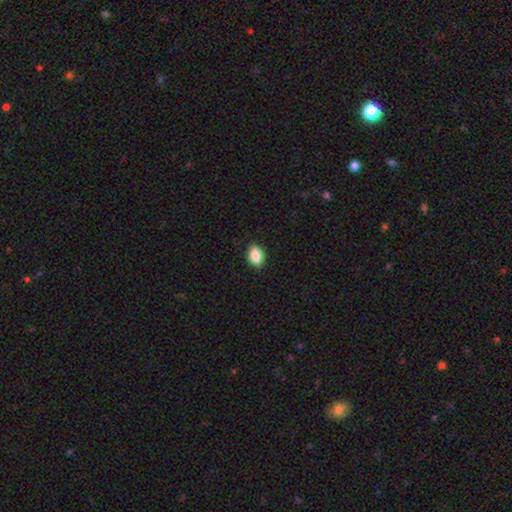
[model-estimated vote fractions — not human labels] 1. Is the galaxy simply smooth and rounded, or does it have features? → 87% smooth, 8% star or artifact, 5% featured or disk.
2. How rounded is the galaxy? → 87% in between, 11% round, 2% cigar-shaped.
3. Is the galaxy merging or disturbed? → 89% none, 8% minor disturbance, 2% major disturbance, 1% merger.